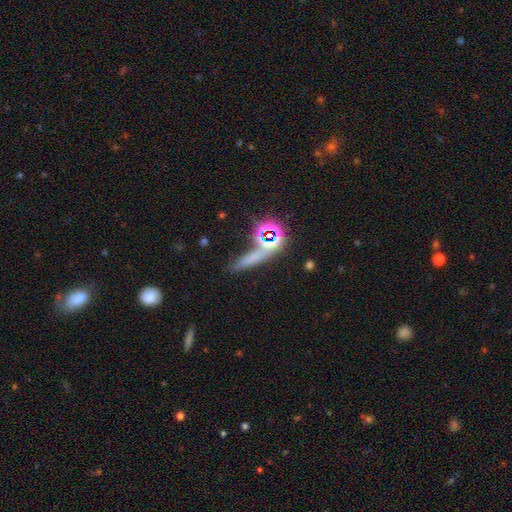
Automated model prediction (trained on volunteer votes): star or artifact 42%, smooth 41%, featured or disk 16%.